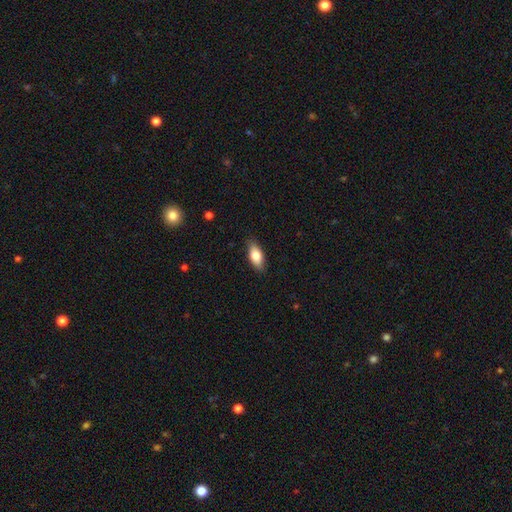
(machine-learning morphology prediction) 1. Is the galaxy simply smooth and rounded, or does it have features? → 77% smooth, 16% featured or disk, 6% star or artifact.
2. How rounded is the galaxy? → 84% in between, 13% cigar-shaped, 3% round.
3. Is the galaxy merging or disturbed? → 86% none, 11% minor disturbance, 2% major disturbance, 1% merger.